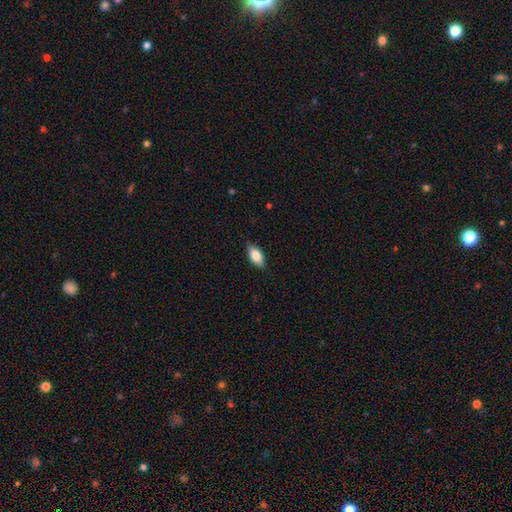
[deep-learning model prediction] A smooth galaxy with no disk features (78%) that is in between round and cigar-shaped (86%). Merging: none (84%).